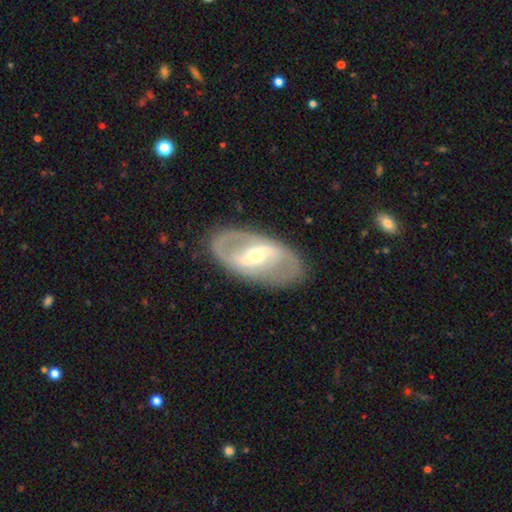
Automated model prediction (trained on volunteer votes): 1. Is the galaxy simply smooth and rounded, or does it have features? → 78% featured or disk, 16% smooth, 6% star or artifact.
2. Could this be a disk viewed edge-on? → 91% no, 9% yes.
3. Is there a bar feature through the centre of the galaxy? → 48% strong, 36% weak, 16% no.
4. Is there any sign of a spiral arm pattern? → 69% yes, 31% no.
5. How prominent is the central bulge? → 51% moderate, 43% small, 4% large, 1% none, 1% dominant.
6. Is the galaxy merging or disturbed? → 82% none, 11% minor disturbance, 5% major disturbance, 1% merger.